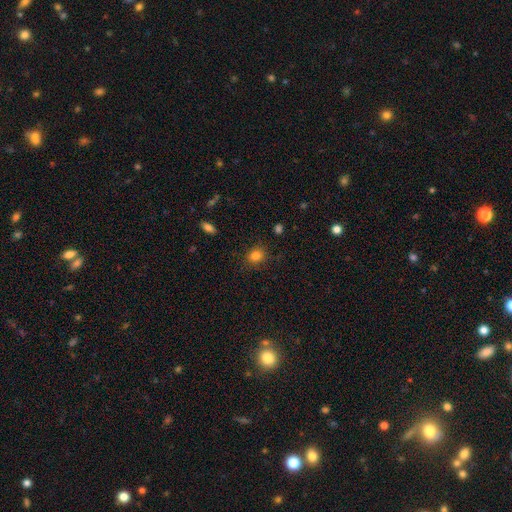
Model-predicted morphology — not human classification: smooth_or_featured: smooth (p=0.82) [alt: star or artifact p=0.12]
how_rounded: round (p=0.71) [alt: in between p=0.28]
merging: none (p=0.86) [alt: minor disturbance p=0.10]